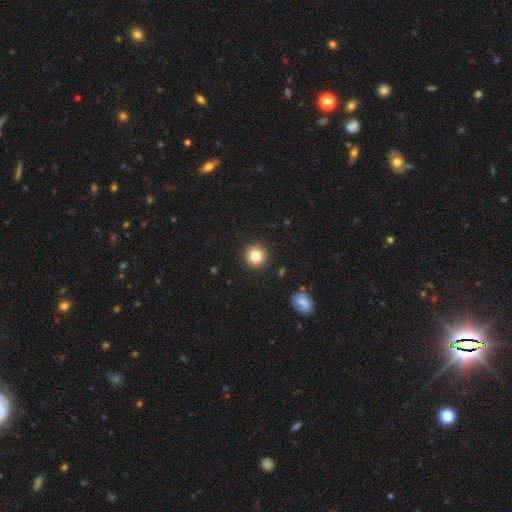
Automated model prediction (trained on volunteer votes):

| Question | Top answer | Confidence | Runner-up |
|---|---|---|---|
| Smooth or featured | smooth | 83% | star or artifact (10%) |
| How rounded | round | 94% | in between (5%) |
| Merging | none | 92% | minor disturbance (5%) |